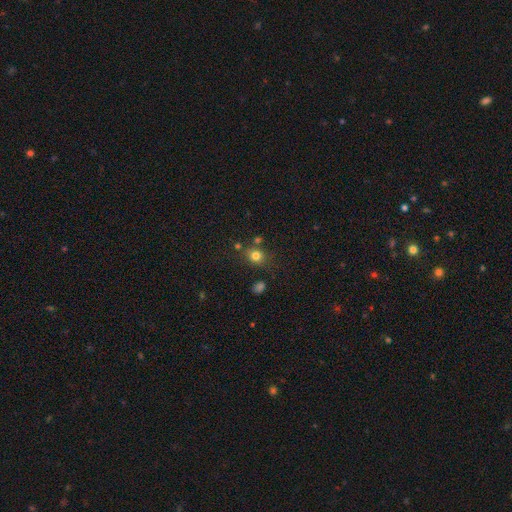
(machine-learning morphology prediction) This appears to be a smooth galaxy with no disk features (77%) that is round (71%). Merging: none (73%).